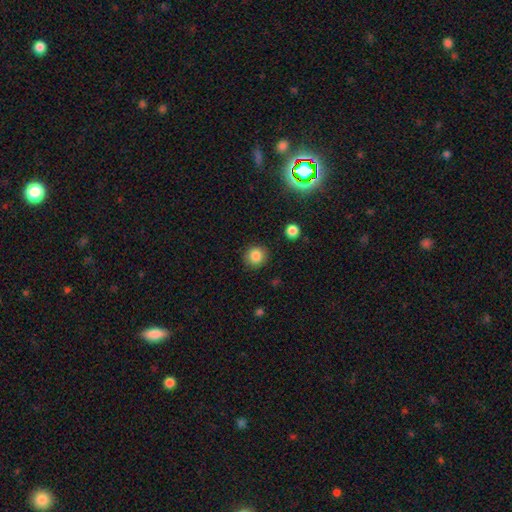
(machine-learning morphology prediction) type=smooth (85%); roundness=round (90%); merging=none (90%).